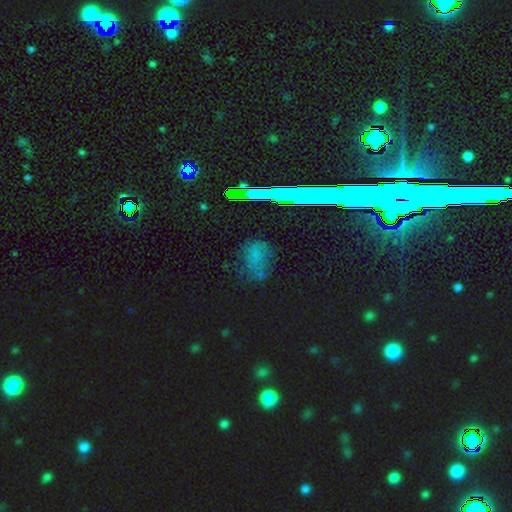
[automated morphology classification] Smooth or featured: smooth — 47% (star or artifact — 34%)
Merging: none — 61% (minor disturbance — 24%)